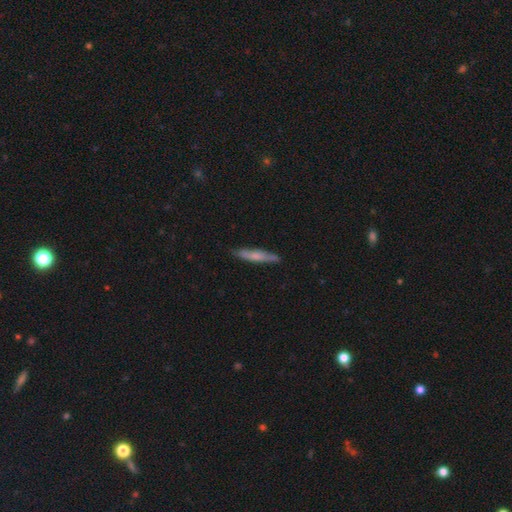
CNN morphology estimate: Smooth or featured: smooth — 59% (featured or disk — 35%)
How rounded: cigar-shaped — 91% (in between — 7%)
Merging: none — 84% (minor disturbance — 13%)